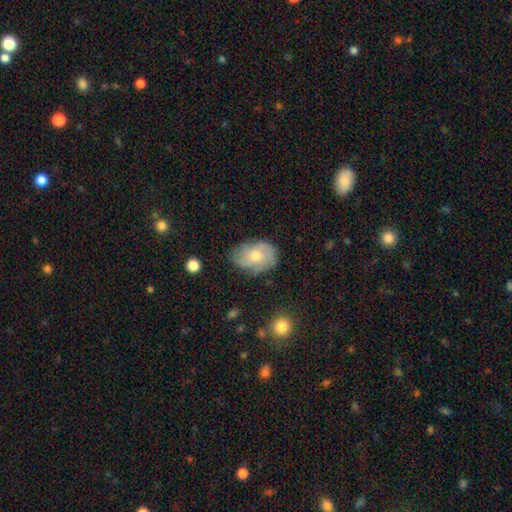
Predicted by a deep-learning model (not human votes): The model was most divided on "smooth or featured": featured or disk: 54%, smooth: 38%, star or artifact: 8%. More confident: edge-on disk — no (96%); spiral arms — yes (82%); bar — no (77%); merging — none (70%); bulge size — moderate (66%).